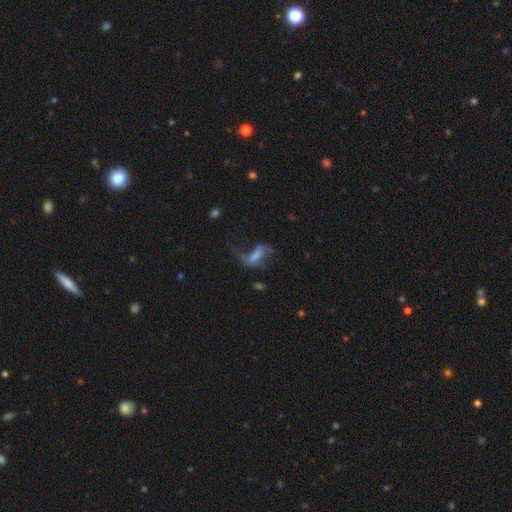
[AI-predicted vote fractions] Smooth or featured? Predicted: featured or disk (p=0.56). Edge-on disk? Predicted: no (p=0.89). Merging? Predicted: none (p=0.39).